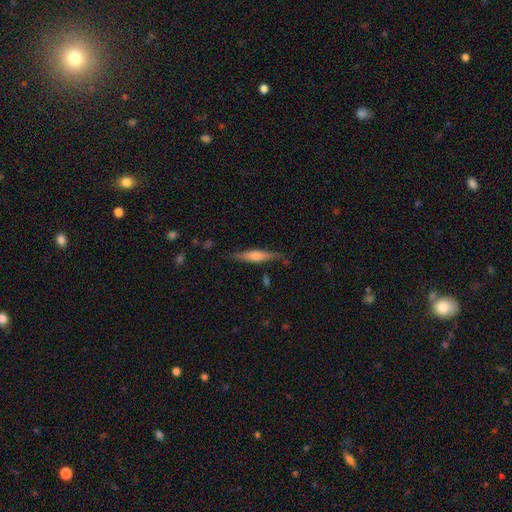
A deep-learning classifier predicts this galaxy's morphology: smooth-or-featured: featured or disk: 53% | smooth: 40% | star or artifact: 7%
  disk-edge-on: yes: 95% | no: 5%
    edge-on-bulge: rounded: 65% | boxy: 25% | none: 10%
  merging: none: 80% | minor disturbance: 15% | major disturbance: 3% | merger: 2%